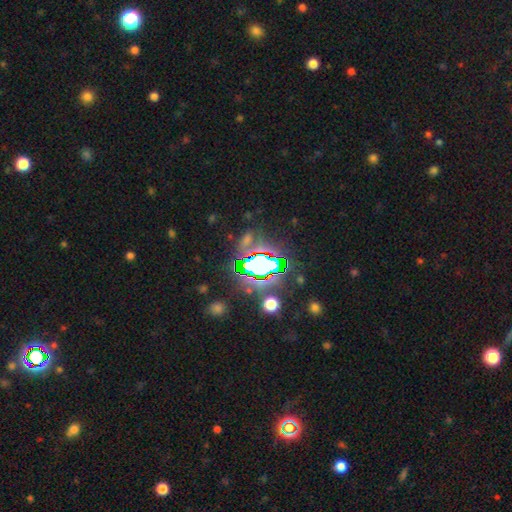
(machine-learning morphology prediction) This is clearly a star or artifact rather than a galaxy (83%).